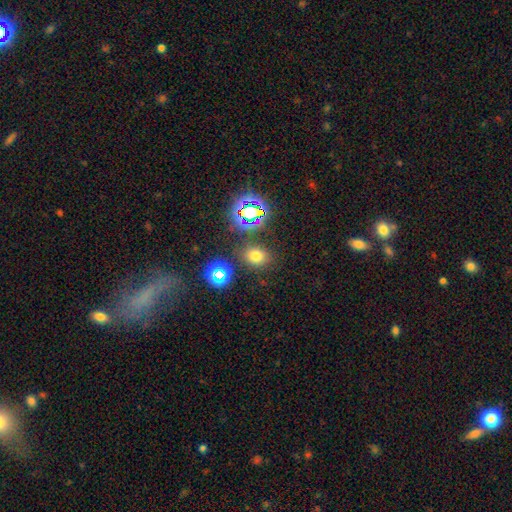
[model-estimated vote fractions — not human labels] smooth-or-featured: smooth: 65% | star or artifact: 27% | featured or disk: 8%
  how-rounded: in between: 50% | round: 49% | cigar-shaped: 1%
  merging: none: 81% | minor disturbance: 10% | merger: 5% | major disturbance: 4%